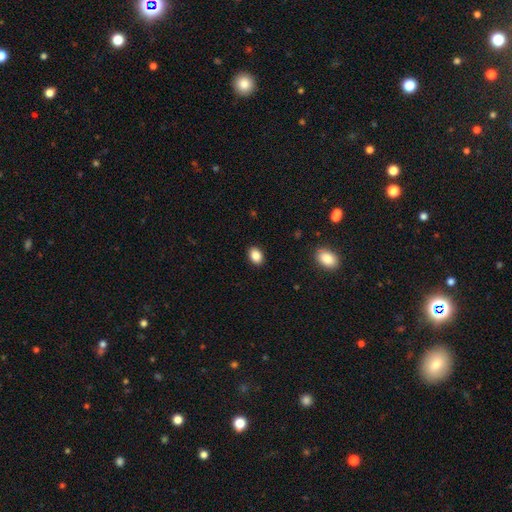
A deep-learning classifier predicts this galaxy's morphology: A smooth galaxy with no disk features (87%) that is in between round and cigar-shaped (74%).

Vote fractions:
- Smooth or featured? smooth: 87% / star or artifact: 9% / featured or disk: 4%
- How rounded? in between: 74% / round: 25% / cigar-shaped: 1%
- Merging? none: 90% / minor disturbance: 7% / major disturbance: 2% / merger: 1%